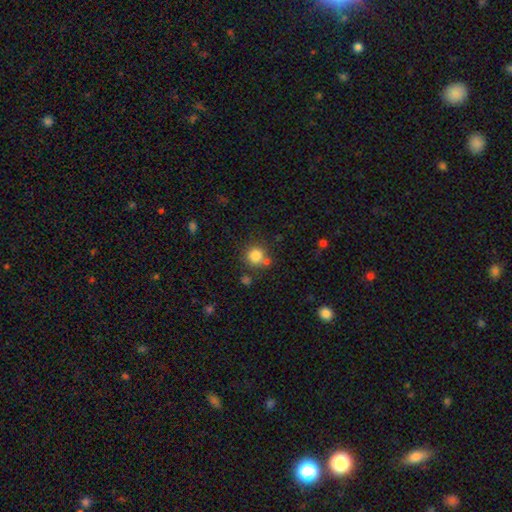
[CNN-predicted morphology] This appears to be a smooth galaxy with no disk features (83%) that is round (92%). Merging: none (73%).